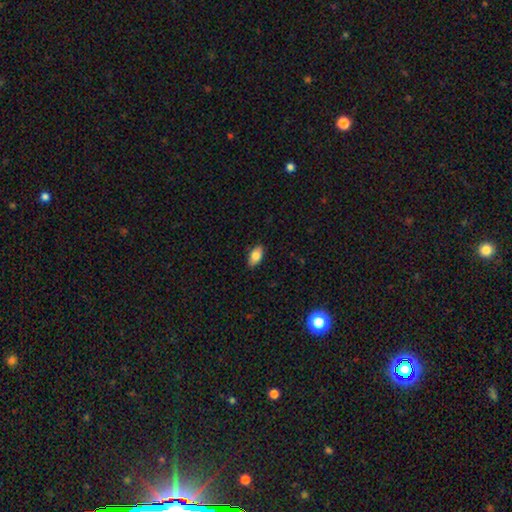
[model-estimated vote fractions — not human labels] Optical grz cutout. It shows a smooth galaxy with no disk features (81%) that is in between round and cigar-shaped (92%). Merging: none (87%).